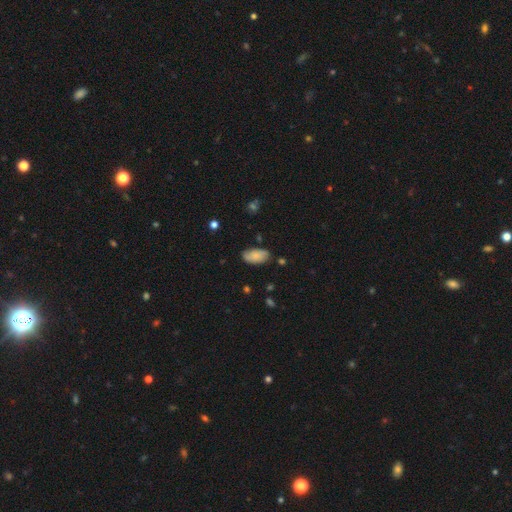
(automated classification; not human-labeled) smooth_or_featured: smooth (p=0.80) [alt: featured or disk p=0.13]
how_rounded: in between (p=0.94) [alt: round p=0.03]
merging: none (p=0.76) [alt: minor disturbance p=0.18]